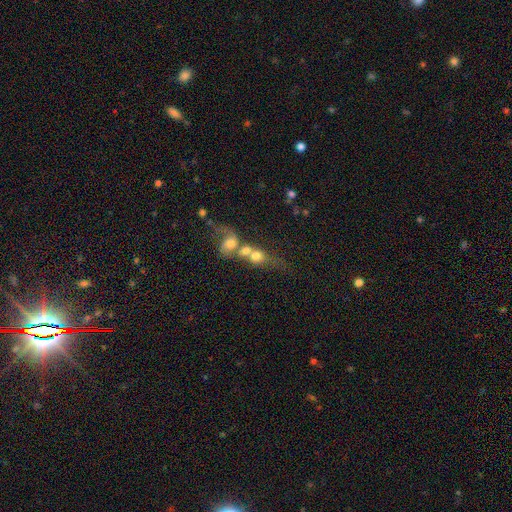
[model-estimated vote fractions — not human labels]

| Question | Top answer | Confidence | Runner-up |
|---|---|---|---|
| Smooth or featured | smooth | 56% | featured or disk (32%) |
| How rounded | round | 56% | in between (40%) |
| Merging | merger | 75% | none (11%) |